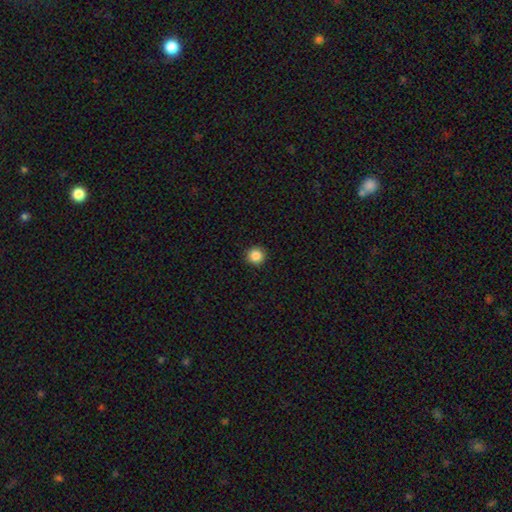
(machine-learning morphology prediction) smooth 87%, star or artifact 10%, featured or disk 3%. Down the decision tree: how rounded — round (95%); merging — none (93%).